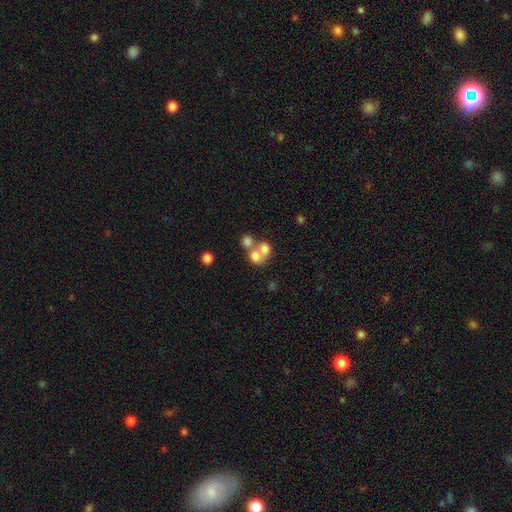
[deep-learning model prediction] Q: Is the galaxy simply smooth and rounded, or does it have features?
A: smooth — 66%.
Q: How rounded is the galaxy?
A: round — 71%.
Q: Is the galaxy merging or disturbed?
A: merger — 61%.